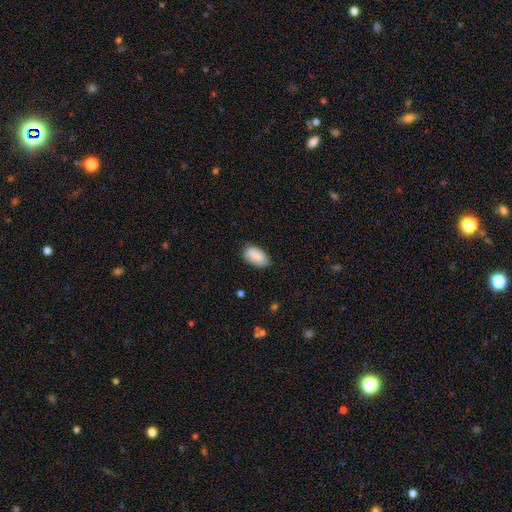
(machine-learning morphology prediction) Smooth or featured? smooth (86%)
How rounded? in between (94%)
Merging? none (77%)